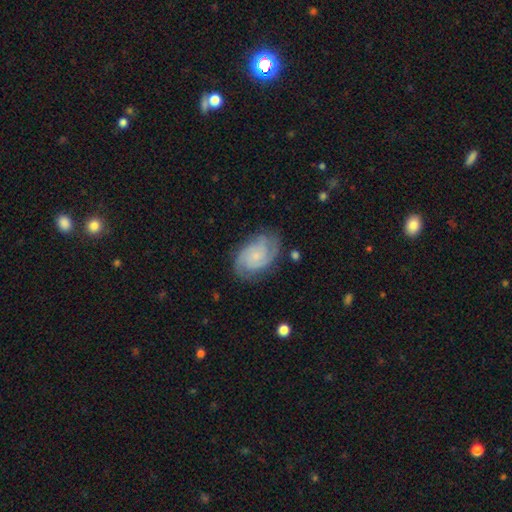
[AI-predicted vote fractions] Smooth or featured: featured or disk — 79% (smooth — 15%)
Edge-on disk: no — 98% (yes — 2%)
Bar: no — 69% (weak — 27%)
Spiral arms: yes — 96% (no — 4%)
Spiral winding: tight — 55% (medium — 37%)
Spiral arm count: 2 — 47% (3 — 24%)
Bulge size: small — 68% (moderate — 15%)
Merging: none — 75% (minor disturbance — 18%)